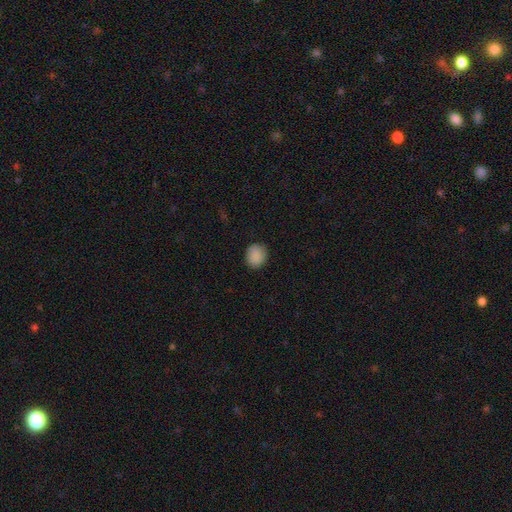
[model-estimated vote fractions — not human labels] smooth-or-featured: smooth: 89% | star or artifact: 8% | featured or disk: 3%
  how-rounded: round: 70% | in between: 30% | cigar-shaped: 1%
  merging: none: 87% | minor disturbance: 10% | major disturbance: 2% | merger: 1%